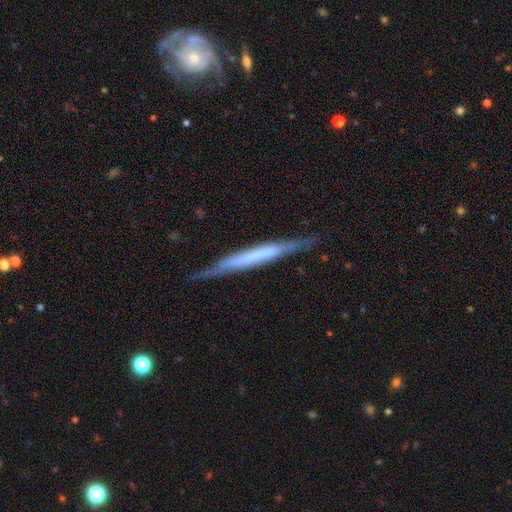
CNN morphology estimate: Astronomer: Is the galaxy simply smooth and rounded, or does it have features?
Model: featured or disk — 55% (runner-up: smooth, 39%).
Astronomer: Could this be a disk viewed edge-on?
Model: yes — 93%.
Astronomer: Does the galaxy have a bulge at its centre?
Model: none — 74%.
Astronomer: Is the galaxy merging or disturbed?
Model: none — 80%.